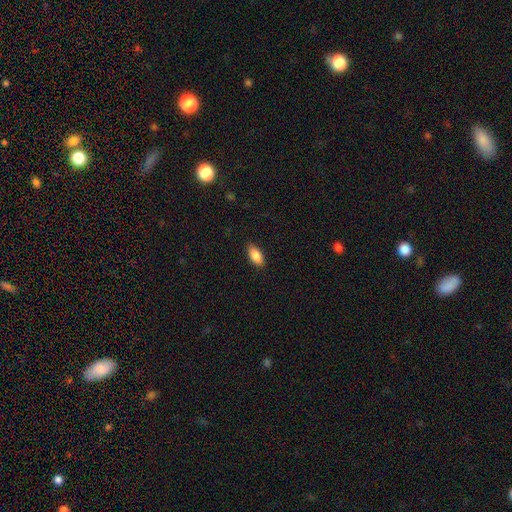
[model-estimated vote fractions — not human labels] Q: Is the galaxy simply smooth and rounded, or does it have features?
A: smooth — 88%.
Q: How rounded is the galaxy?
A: in between — 89%.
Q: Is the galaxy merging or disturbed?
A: none — 87%.